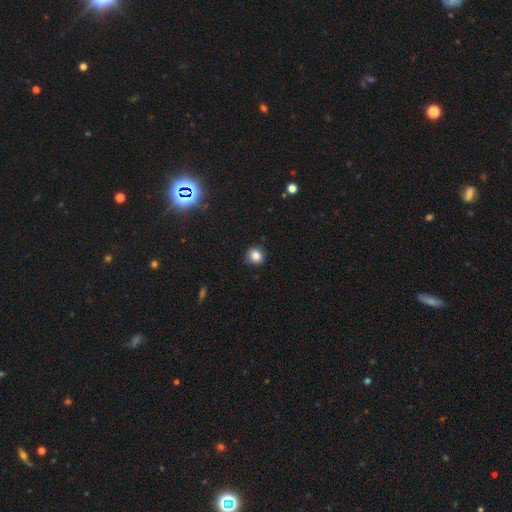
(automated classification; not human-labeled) smooth-or-featured: smooth: 82% | star or artifact: 12% | featured or disk: 6%
  how-rounded: round: 89% | in between: 10% | cigar-shaped: 1%
  merging: none: 88% | minor disturbance: 9% | major disturbance: 2% | merger: 1%